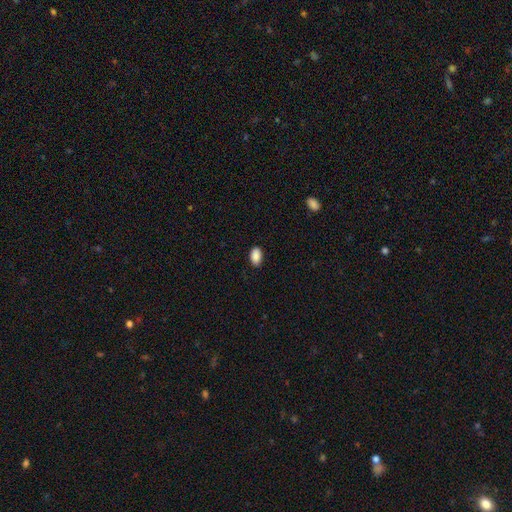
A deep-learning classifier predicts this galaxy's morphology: type=smooth (90%); roundness=in between (91%); merging=none (88%).